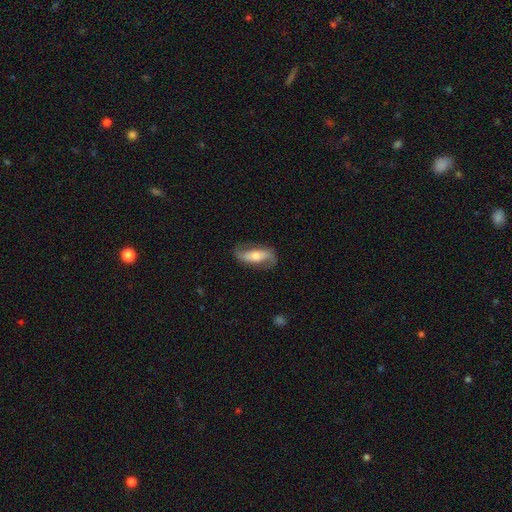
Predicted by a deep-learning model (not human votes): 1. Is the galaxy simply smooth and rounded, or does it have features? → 71% featured or disk, 23% smooth, 6% star or artifact.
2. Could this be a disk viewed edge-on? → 87% no, 13% yes.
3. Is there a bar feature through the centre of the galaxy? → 38% strong, 34% no, 28% weak.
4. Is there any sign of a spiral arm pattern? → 90% yes, 10% no.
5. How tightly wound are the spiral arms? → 57% loose, 30% medium, 13% tight.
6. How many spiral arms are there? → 90% 2, 4% can't tell, 3% 1, 1% 3, 1% 4, 1% more than 4.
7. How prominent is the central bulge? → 57% moderate, 30% small, 9% large, 3% none, 2% dominant.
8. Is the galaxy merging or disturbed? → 75% none, 17% minor disturbance, 7% major disturbance, 1% merger.